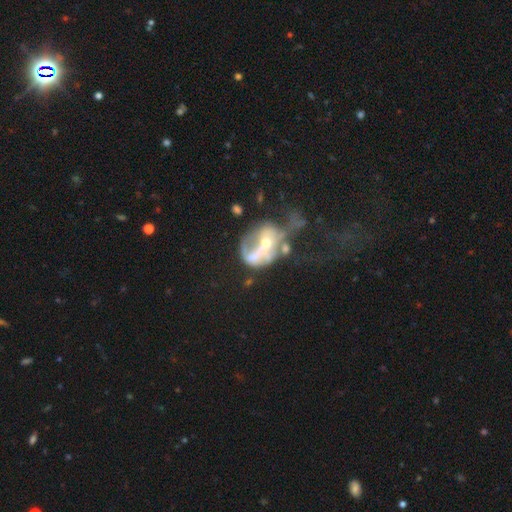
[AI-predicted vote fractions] Smooth or featured?
  - featured or disk: 60% *
  - smooth: 28%
  - star or artifact: 12%
Edge-on disk?
  - no: 97% *
  - yes: 3%
Bar?
  - no: 74% *
  - weak: 17%
  - strong: 8%
Spiral arms?
  - no: 73% *
  - yes: 27%
Bulge size?
  - moderate: 46% *
  - small: 37%
  - none: 10%
  - large: 5%
  - dominant: 2%
Merging?
  - merger: 41% *
  - major disturbance: 35%
  - none: 14%
  - minor disturbance: 10%